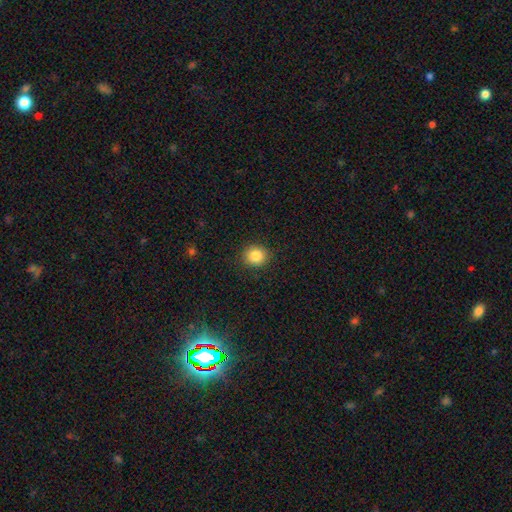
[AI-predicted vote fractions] Smooth or featured: smooth — 85% (star or artifact — 10%)
How rounded: round — 83% (in between — 16%)
Merging: none — 90% (minor disturbance — 6%)